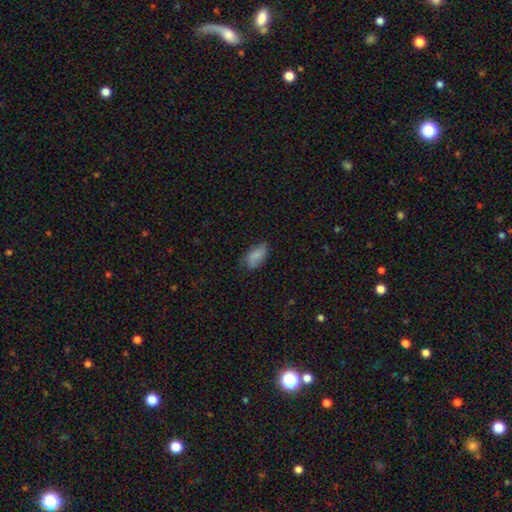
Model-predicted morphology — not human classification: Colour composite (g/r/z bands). It shows a smooth galaxy with no disk features (78%) that is in between round and cigar-shaped (91%). Merging: none (67%).